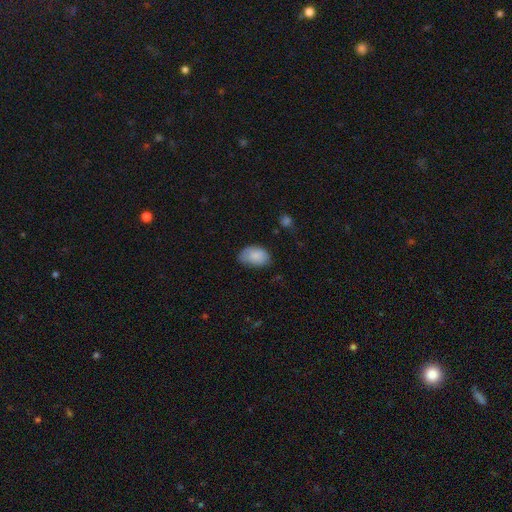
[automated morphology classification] The model was most divided on "merging": none: 63%, minor disturbance: 29%, major disturbance: 6%, merger: 1%. More confident: how rounded — in between (90%); smooth or featured — smooth (85%).